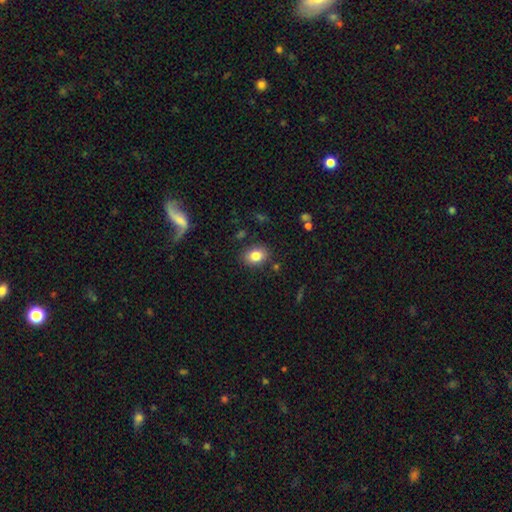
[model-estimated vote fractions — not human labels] The model was most divided on "how rounded": in between: 70%, round: 29%, cigar-shaped: 1%. More confident: merging — none (85%); smooth or featured — smooth (83%).